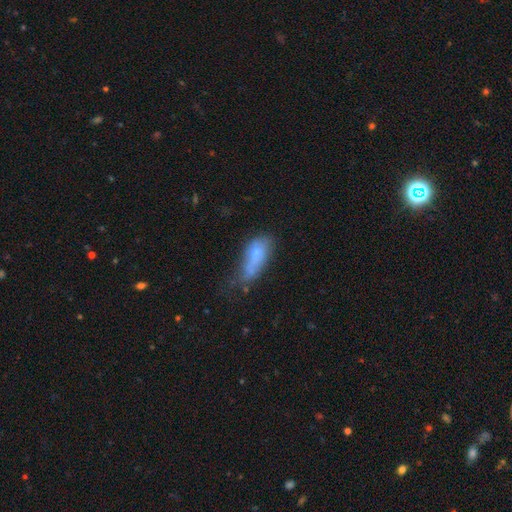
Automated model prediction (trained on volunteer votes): The model was most divided on "merging": minor disturbance: 31%, major disturbance: 27%, none: 26%, merger: 16%. More confident: how rounded — in between (78%); smooth or featured — smooth (63%).